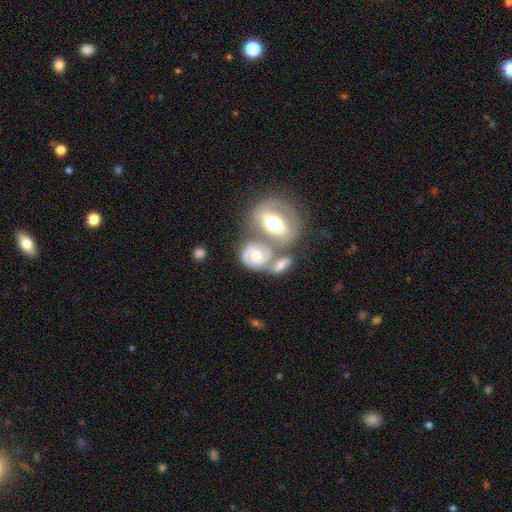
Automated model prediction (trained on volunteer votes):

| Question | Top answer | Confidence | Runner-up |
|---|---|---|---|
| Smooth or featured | featured or disk | 78% | smooth (16%) |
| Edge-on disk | no | 97% | yes (3%) |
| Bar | no | 54% | weak (35%) |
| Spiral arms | yes | 94% | no (6%) |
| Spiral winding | medium | 45% | tight (44%) |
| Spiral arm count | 2 | 79% | can't tell (7%) |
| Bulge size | moderate | 59% | small (25%) |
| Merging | merger | 46% | none (34%) |